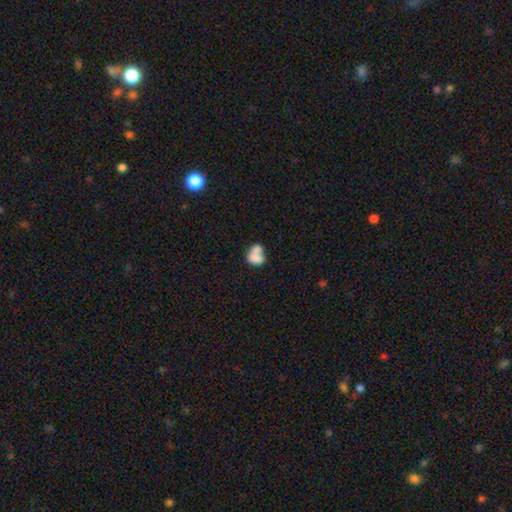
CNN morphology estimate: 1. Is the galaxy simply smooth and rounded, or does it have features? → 72% smooth, 19% featured or disk, 9% star or artifact.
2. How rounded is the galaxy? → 60% in between, 39% round, 1% cigar-shaped.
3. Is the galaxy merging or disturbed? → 59% merger, 23% none, 11% minor disturbance, 8% major disturbance.